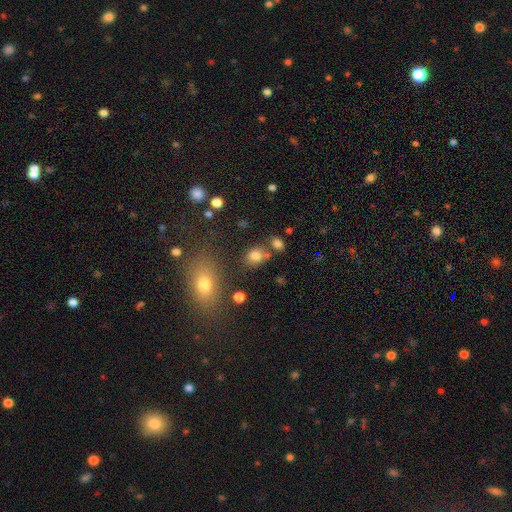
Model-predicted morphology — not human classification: type=smooth (78%); roundness=round (55%); merging=none (66%).